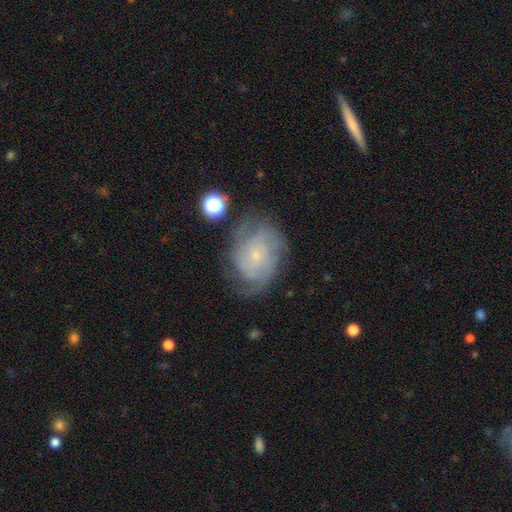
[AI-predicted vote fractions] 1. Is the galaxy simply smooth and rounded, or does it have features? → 73% featured or disk, 19% smooth, 8% star or artifact.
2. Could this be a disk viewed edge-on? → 97% no, 3% yes.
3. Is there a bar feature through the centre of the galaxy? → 77% no, 20% weak, 3% strong.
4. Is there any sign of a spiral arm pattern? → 90% yes, 10% no.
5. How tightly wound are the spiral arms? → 58% tight, 31% medium, 11% loose.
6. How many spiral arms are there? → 43% can't tell, 22% 2, 16% 3, 9% 4, 6% 1, 5% more than 4.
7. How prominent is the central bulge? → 83% small, 10% moderate, 5% none, 1% large, 1% dominant.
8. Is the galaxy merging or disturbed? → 62% none, 22% minor disturbance, 13% major disturbance, 2% merger.